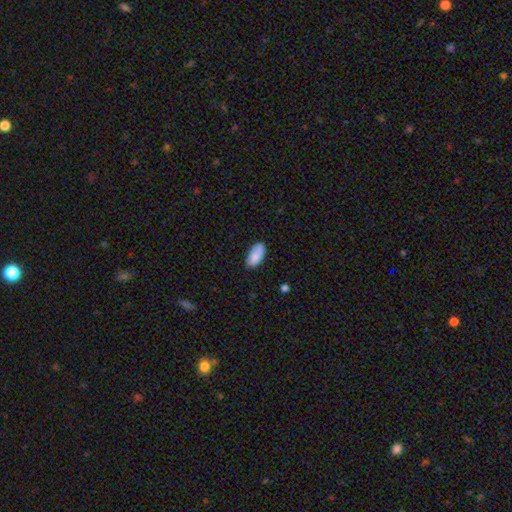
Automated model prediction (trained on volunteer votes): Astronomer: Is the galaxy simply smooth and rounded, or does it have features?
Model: smooth — 86%.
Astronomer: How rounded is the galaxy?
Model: in between — 93%.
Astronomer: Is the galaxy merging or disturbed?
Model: none — 79%.